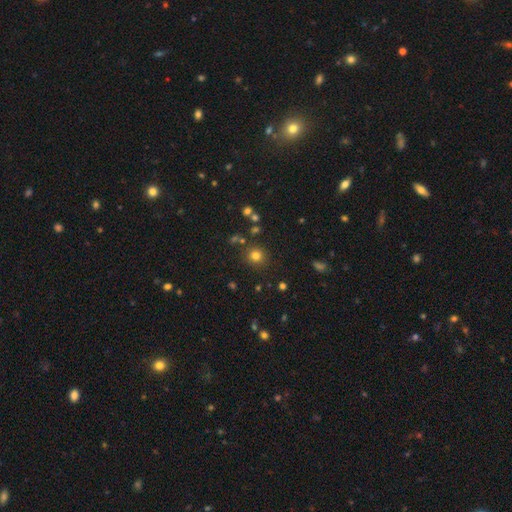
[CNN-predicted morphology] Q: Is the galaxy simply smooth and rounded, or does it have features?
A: smooth — 76%.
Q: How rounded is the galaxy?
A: round — 90%.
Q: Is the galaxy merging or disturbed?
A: none — 86%.